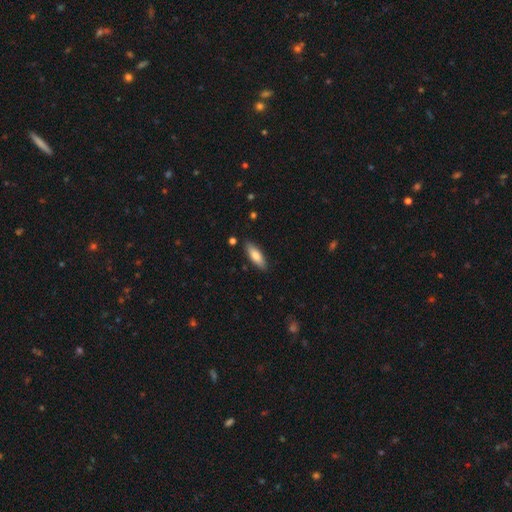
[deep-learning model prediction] Overall: smooth (78%). How rounded: in between (58%; cigar-shaped 40%). Merging: none (85%).